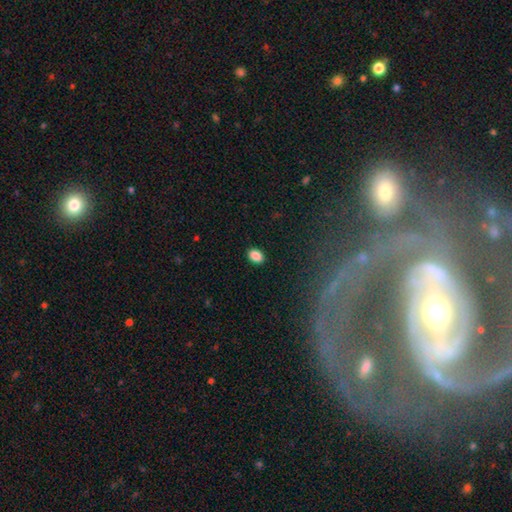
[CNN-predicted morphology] Q: Smooth or featured?
A: smooth (88%); runner-up: star or artifact (9%)
Q: How rounded?
A: in between (81%); runner-up: round (17%)
Q: Merging?
A: none (89%); runner-up: minor disturbance (8%)